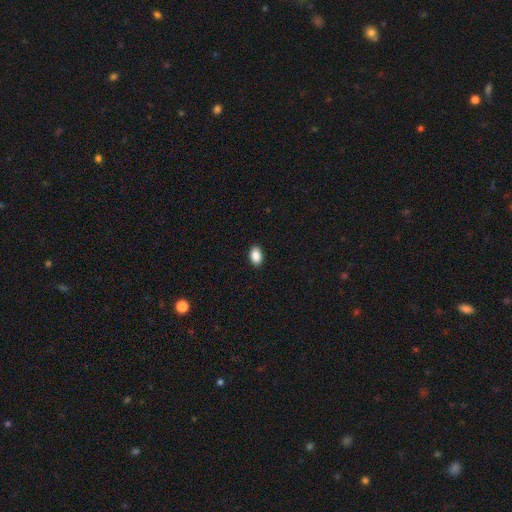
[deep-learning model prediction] This is clearly a smooth galaxy (88%). How rounded: clearly in between (89%). Merging: clearly none (91%).